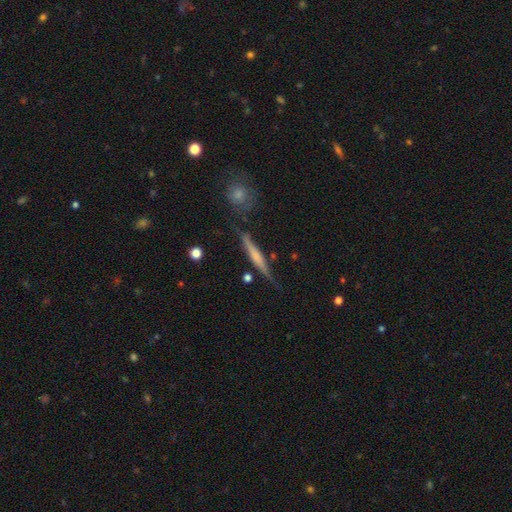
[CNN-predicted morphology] This is possibly a featured or disk galaxy (51%). It is clearly viewed edge-on (95%). Merging: likely none (74%).